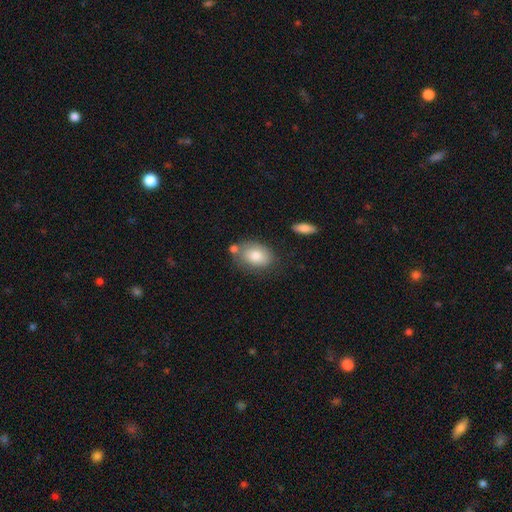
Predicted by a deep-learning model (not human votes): Smooth or featured? Predicted: smooth (p=0.79). How rounded? Predicted: in between (p=0.82). Merging? Predicted: none (p=0.61).